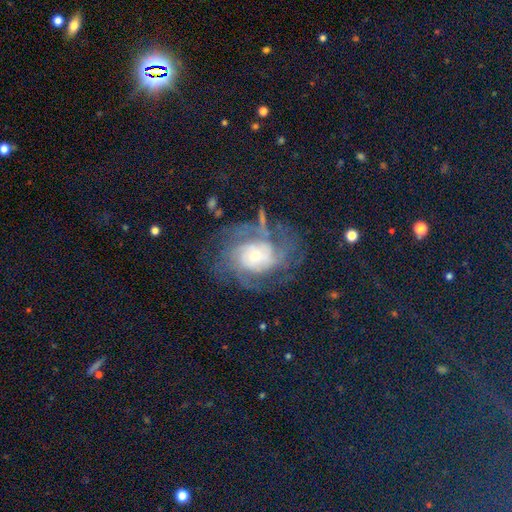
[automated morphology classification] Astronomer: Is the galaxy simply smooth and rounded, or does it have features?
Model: featured or disk — 82%.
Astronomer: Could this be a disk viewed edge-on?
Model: no — 97%.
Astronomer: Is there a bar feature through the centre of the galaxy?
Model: no — 70%.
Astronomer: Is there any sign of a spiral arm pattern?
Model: yes — 93%.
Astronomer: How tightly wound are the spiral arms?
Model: tight — 48% (runner-up: medium, 38%).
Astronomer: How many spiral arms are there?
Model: can't tell — 31% (runner-up: 3, 21%).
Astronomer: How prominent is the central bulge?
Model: small — 51% (runner-up: moderate, 33%).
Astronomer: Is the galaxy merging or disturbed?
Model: none — 61%.